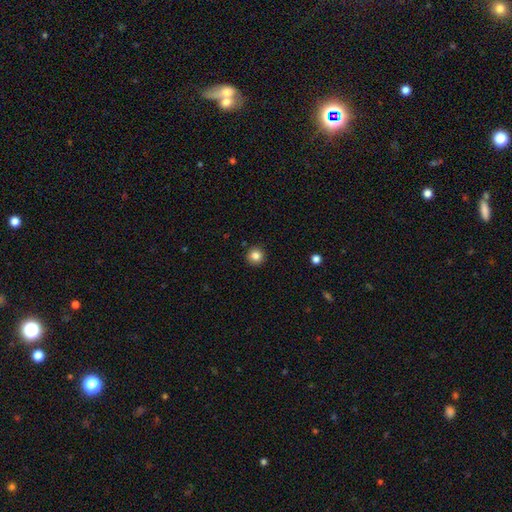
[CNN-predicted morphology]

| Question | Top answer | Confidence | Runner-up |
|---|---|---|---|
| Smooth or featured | smooth | 84% | star or artifact (11%) |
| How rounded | round | 94% | in between (5%) |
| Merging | none | 92% | minor disturbance (5%) |